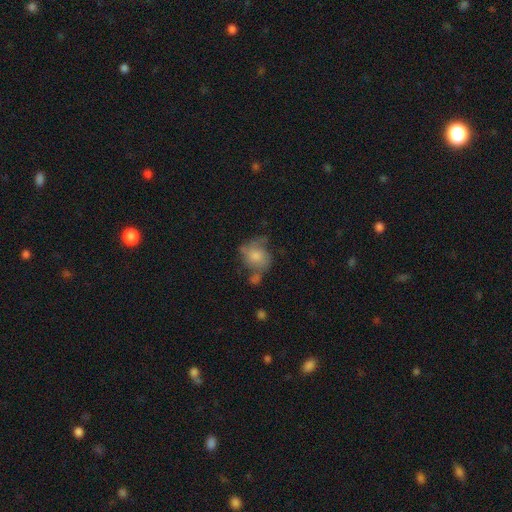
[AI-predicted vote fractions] Q: Smooth or featured?
A: smooth (57%); runner-up: featured or disk (34%)
Q: How rounded?
A: round (61%); runner-up: in between (38%)
Q: Merging?
A: none (38%); runner-up: minor disturbance (27%)